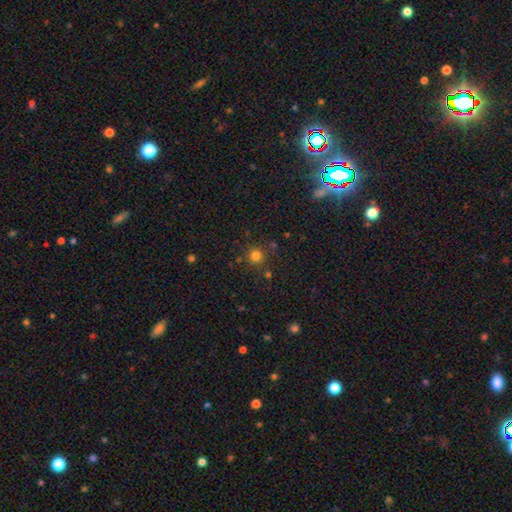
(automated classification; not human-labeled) Smooth or featured? Predicted: smooth (p=0.79). How rounded? Predicted: round (p=0.93). Merging? Predicted: none (p=0.83).